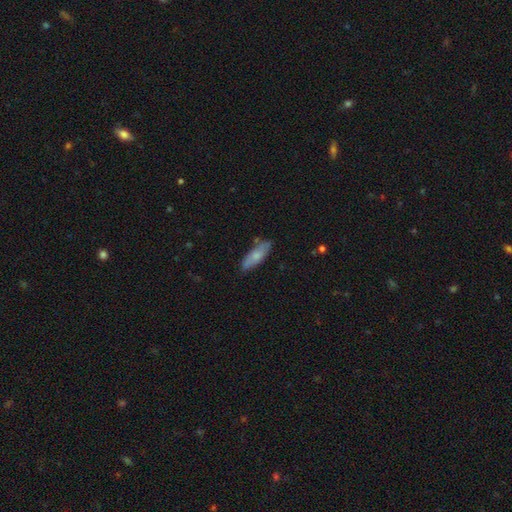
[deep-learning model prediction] This is likely a smooth galaxy (67%). How rounded: possibly in between (56%). Merging: likely none (76%).